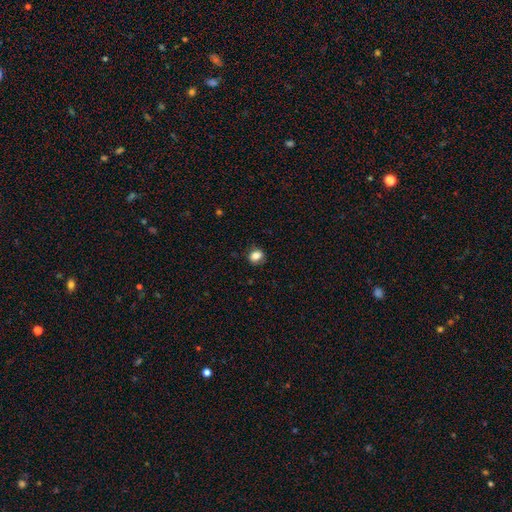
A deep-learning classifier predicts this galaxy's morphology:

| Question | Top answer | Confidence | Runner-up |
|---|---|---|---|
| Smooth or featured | smooth | 83% | star or artifact (10%) |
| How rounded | round | 57% | in between (42%) |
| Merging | none | 80% | minor disturbance (15%) |